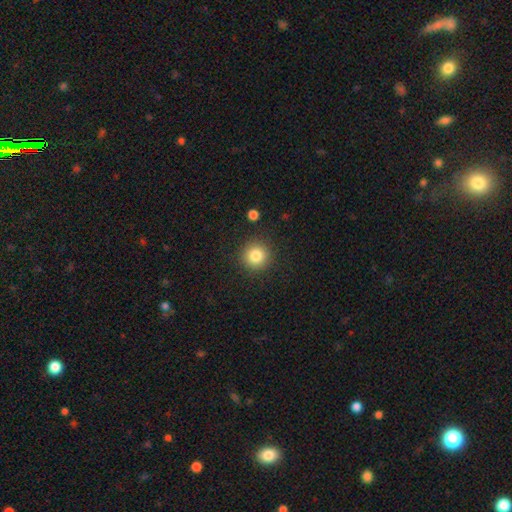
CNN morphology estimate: A smooth galaxy with no disk features (83%) that is round (94%).

Vote fractions:
- Smooth or featured? smooth: 83% / star or artifact: 11% / featured or disk: 6%
- How rounded? round: 94% / in between: 5% / cigar-shaped: 1%
- Merging? none: 90% / minor disturbance: 6% / major disturbance: 2% / merger: 2%